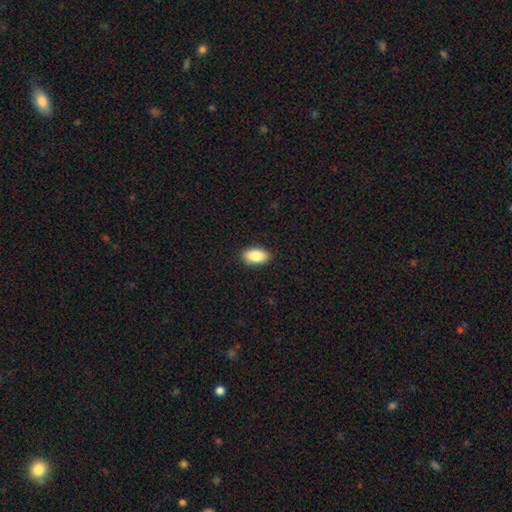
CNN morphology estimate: Q: Smooth or featured?
A: smooth (86%); runner-up: featured or disk (7%)
Q: How rounded?
A: in between (93%); runner-up: round (4%)
Q: Merging?
A: none (90%); runner-up: minor disturbance (8%)